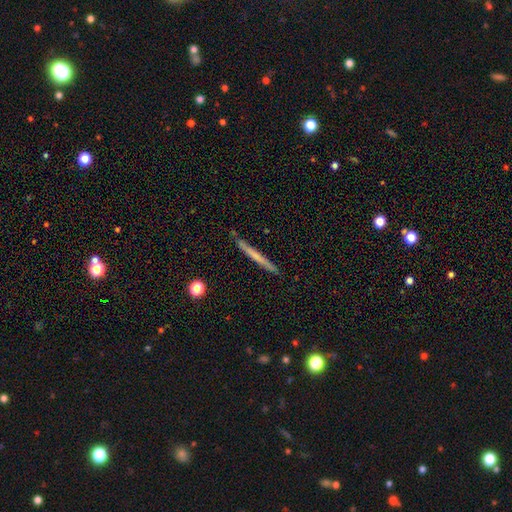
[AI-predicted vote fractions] Smooth or featured?
  - smooth: 53% *
  - featured or disk: 41%
  - star or artifact: 6%
How rounded?
  - cigar-shaped: 97% *
  - in between: 2%
  - round: 2%
Merging?
  - none: 89% *
  - minor disturbance: 8%
  - merger: 2%
  - major disturbance: 2%